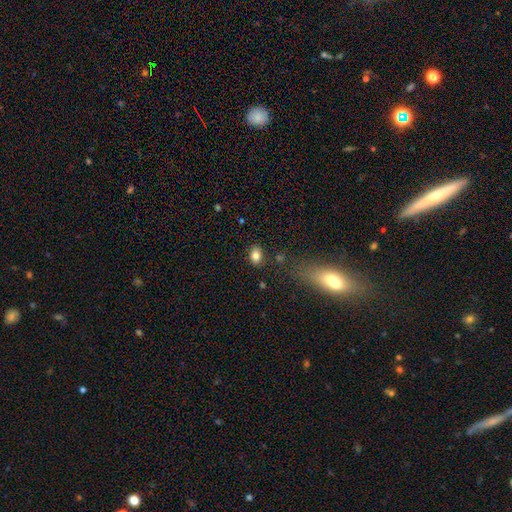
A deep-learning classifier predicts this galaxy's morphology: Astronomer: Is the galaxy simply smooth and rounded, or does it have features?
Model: smooth — 83%.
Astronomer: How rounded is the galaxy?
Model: in between — 73%.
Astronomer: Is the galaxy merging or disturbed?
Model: none — 82%.